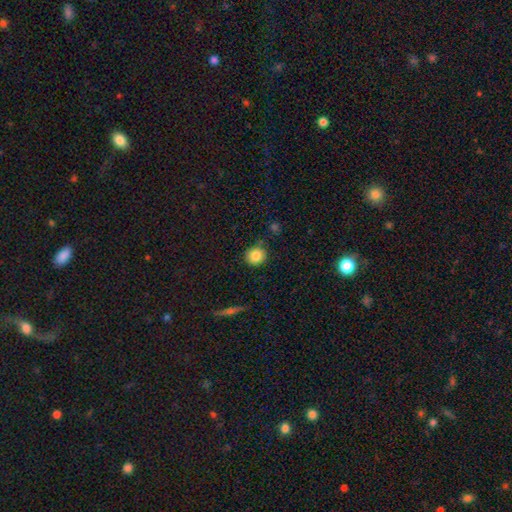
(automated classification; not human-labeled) Smooth or featured?
  - smooth: 85% *
  - star or artifact: 10%
  - featured or disk: 6%
How rounded?
  - round: 89% *
  - in between: 10%
  - cigar-shaped: 1%
Merging?
  - none: 84% *
  - minor disturbance: 10%
  - merger: 3%
  - major disturbance: 2%